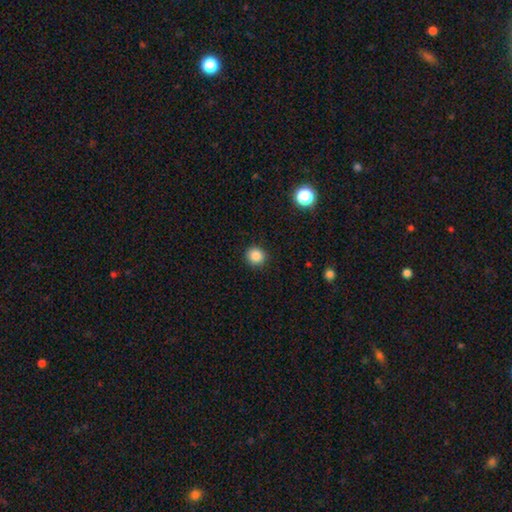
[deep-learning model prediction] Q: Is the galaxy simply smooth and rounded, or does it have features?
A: smooth — 86%.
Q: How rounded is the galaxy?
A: round — 90%.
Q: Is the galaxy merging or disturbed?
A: none — 91%.